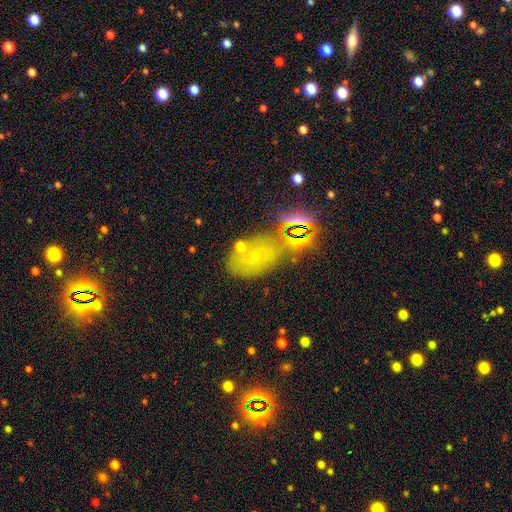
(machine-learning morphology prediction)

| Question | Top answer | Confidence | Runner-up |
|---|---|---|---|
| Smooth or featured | smooth | 41% | star or artifact (35%) |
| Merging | none | 59% | minor disturbance (20%) |